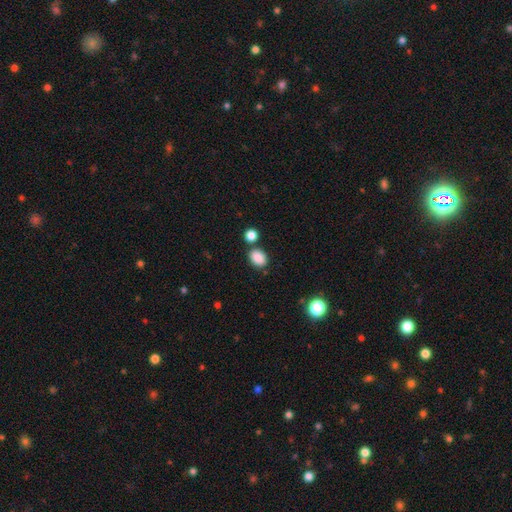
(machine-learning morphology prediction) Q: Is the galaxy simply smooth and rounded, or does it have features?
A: smooth — 88%.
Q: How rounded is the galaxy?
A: in between — 70%.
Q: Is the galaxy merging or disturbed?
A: none — 74%.